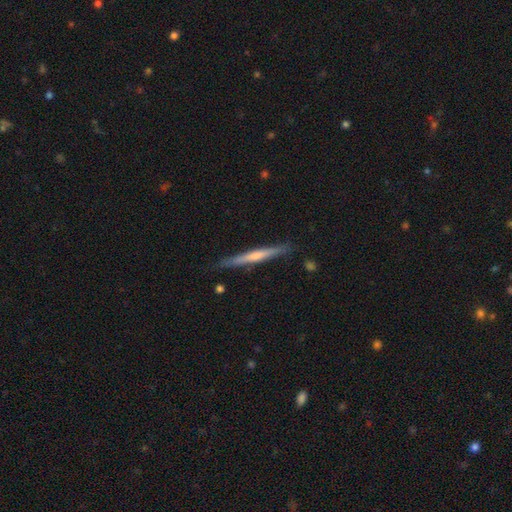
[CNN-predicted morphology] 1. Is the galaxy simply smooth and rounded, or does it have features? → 68% featured or disk, 25% smooth, 6% star or artifact.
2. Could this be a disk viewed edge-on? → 98% yes, 2% no.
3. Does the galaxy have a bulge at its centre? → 63% rounded, 28% none, 9% boxy.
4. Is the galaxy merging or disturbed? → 88% none, 9% minor disturbance, 2% major disturbance, 1% merger.